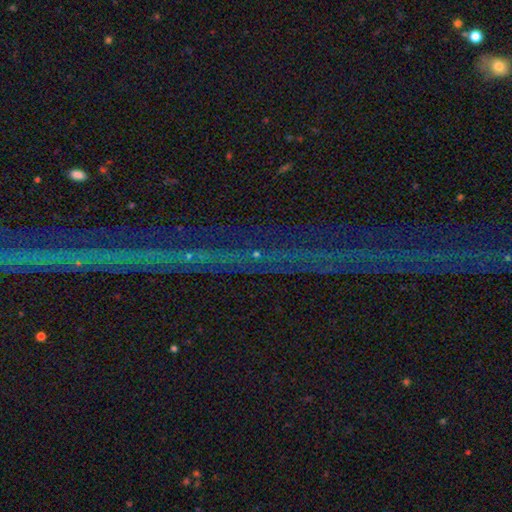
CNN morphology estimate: smooth-or-featured: star or artifact: 82% | featured or disk: 11% | smooth: 7%